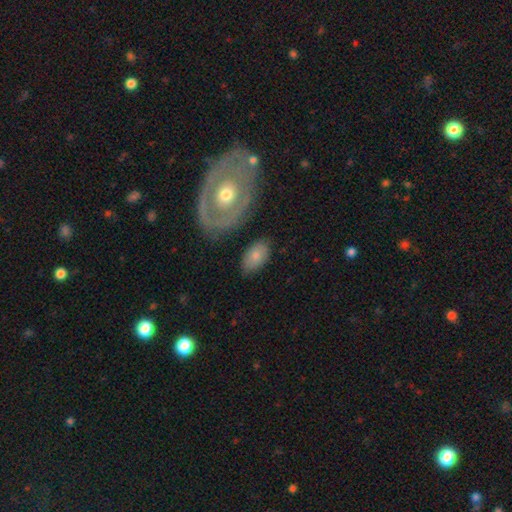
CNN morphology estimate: Smooth or featured?
  - smooth: 74% *
  - featured or disk: 19%
  - star or artifact: 7%
How rounded?
  - in between: 92% *
  - round: 6%
  - cigar-shaped: 2%
Merging?
  - none: 77% *
  - minor disturbance: 14%
  - major disturbance: 5%
  - merger: 4%